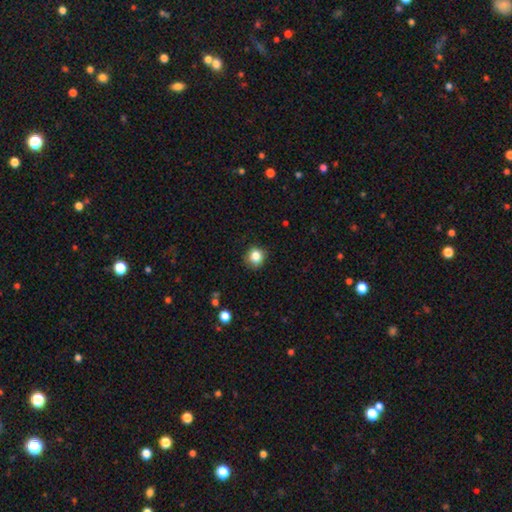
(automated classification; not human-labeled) A smooth galaxy with no disk features (84%) that is round (84%). Merging: none (80%).